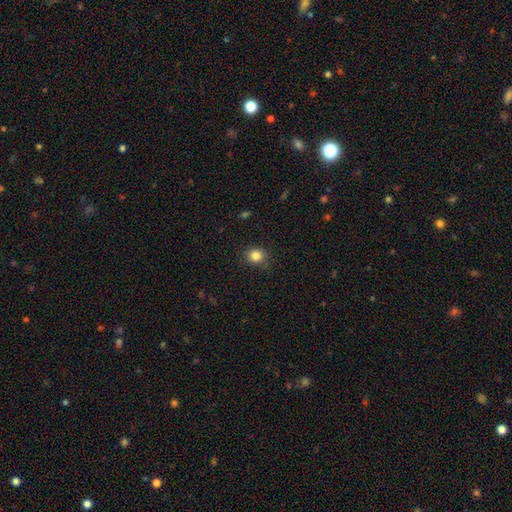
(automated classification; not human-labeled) A smooth galaxy with no disk features (84%) that is round (75%).

Vote fractions:
- Smooth or featured? smooth: 84% / star or artifact: 11% / featured or disk: 5%
- How rounded? round: 75% / in between: 24% / cigar-shaped: 1%
- Merging? none: 83% / minor disturbance: 13% / major disturbance: 3% / merger: 1%